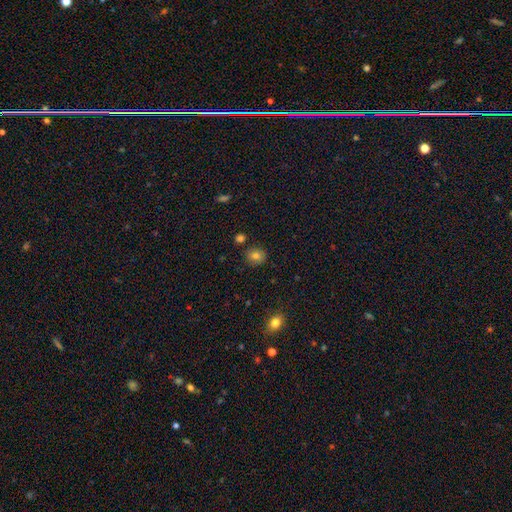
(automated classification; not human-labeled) Overall: smooth (79%). How rounded: round (83%). Merging: none (85%).